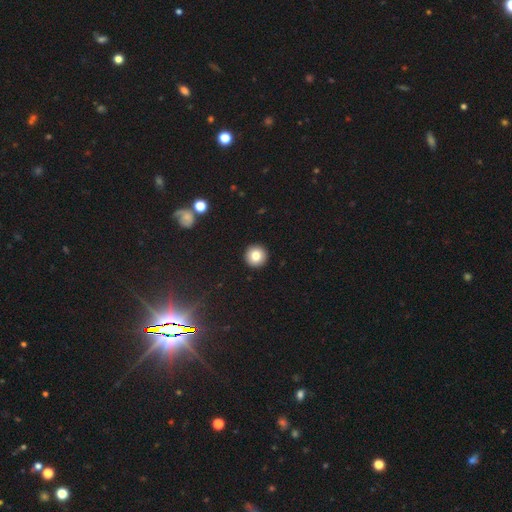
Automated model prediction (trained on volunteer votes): smooth-or-featured: smooth: 82% | star or artifact: 10% | featured or disk: 9%
  how-rounded: round: 96% | in between: 3% | cigar-shaped: 1%
  merging: none: 93% | minor disturbance: 4% | major disturbance: 2% | merger: 1%